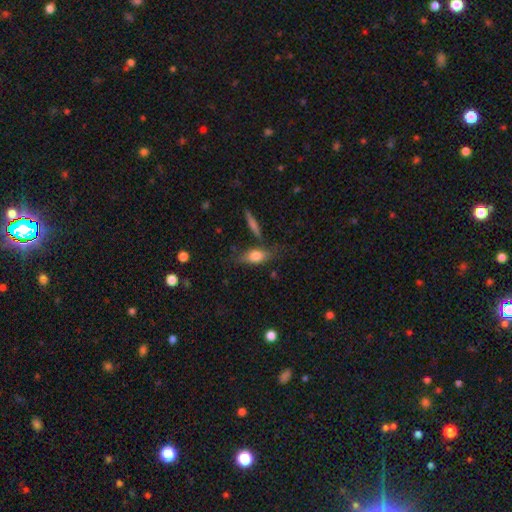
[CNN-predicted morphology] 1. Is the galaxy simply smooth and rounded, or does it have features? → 73% smooth, 19% featured or disk, 7% star or artifact.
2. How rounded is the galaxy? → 75% in between, 18% cigar-shaped, 7% round.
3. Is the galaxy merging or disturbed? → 66% none, 19% minor disturbance, 9% merger, 6% major disturbance.